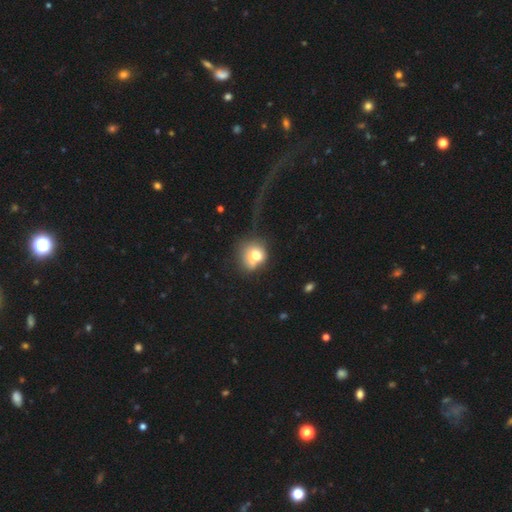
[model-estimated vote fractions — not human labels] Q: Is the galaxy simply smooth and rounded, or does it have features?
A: smooth — 69%.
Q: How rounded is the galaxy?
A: round — 72%.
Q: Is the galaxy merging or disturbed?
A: none — 37%.